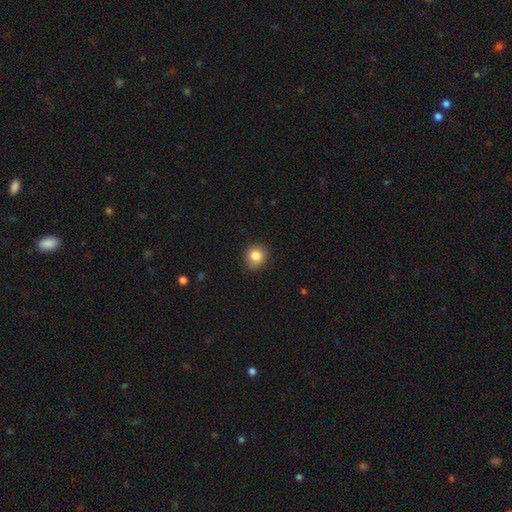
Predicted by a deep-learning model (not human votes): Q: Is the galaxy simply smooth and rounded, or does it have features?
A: smooth — 83%.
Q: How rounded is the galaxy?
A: round — 86%.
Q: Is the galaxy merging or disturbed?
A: none — 86%.